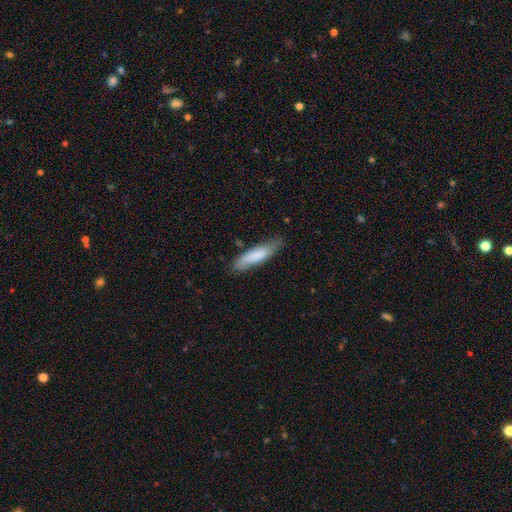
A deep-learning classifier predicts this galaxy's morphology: Overall: smooth (77%). How rounded: cigar-shaped (74%). Merging: none (73%).